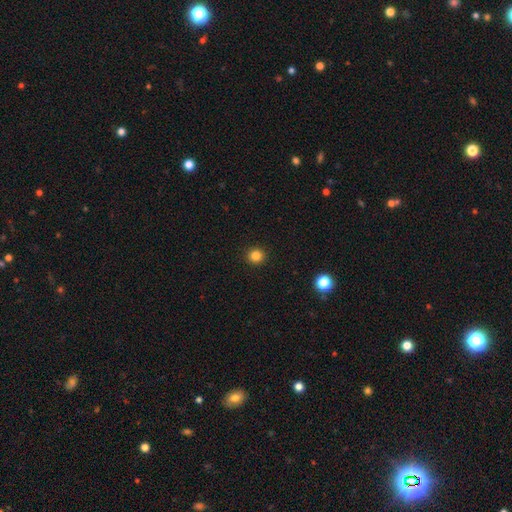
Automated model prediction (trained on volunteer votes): Morphology: type=smooth (83%); roundness=round (93%); merging=none (93%).